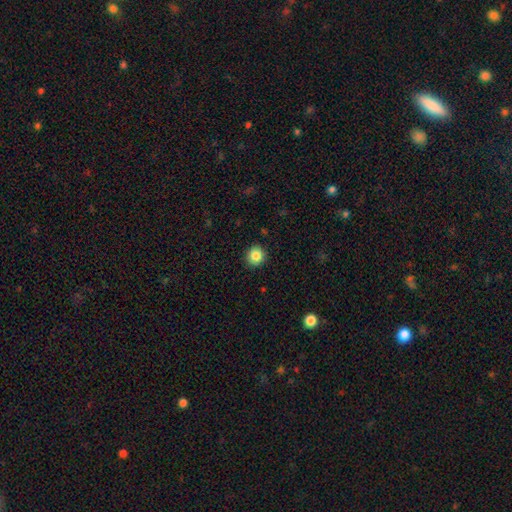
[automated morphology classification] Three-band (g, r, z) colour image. It shows a smooth galaxy with no disk features (86%) that is round (92%). Merging: none (91%).